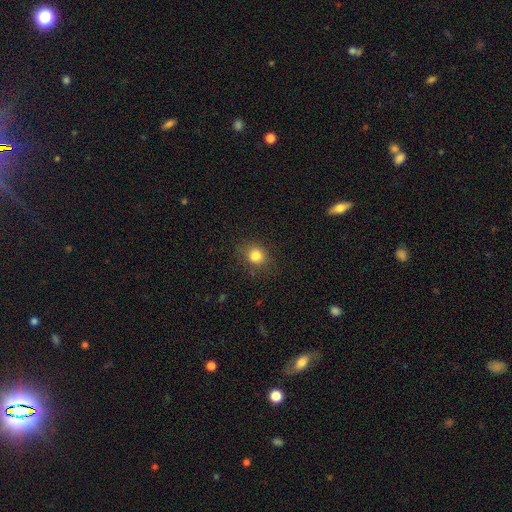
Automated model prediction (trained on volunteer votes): This appears to be a smooth galaxy with no disk features (82%) that is round (65%). Merging: none (80%).